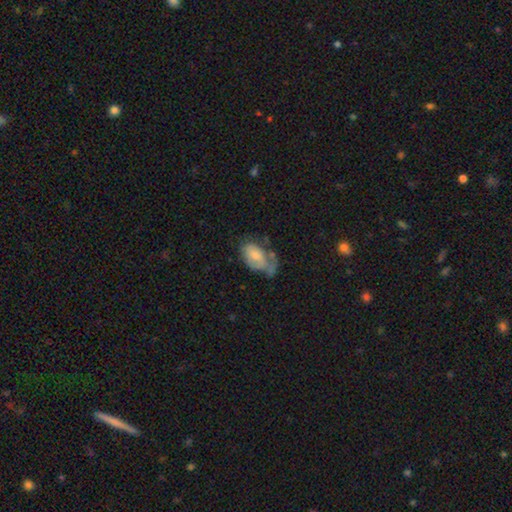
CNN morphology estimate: type=smooth (68%); roundness=in between (91%); merging=minor disturbance (32%).